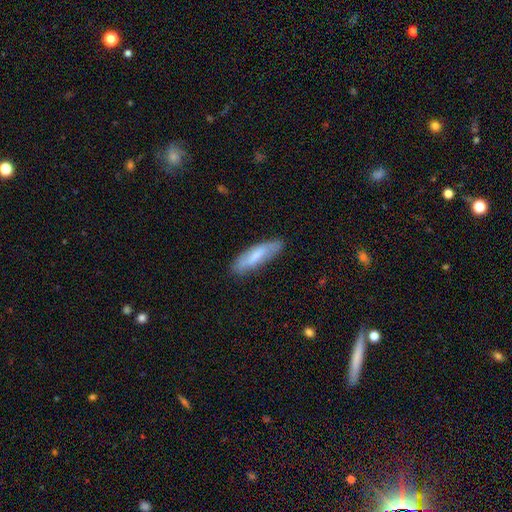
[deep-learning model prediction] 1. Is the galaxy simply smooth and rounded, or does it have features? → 66% smooth, 27% featured or disk, 6% star or artifact.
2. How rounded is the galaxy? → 58% cigar-shaped, 40% in between, 2% round.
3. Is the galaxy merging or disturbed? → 81% none, 15% minor disturbance, 3% major disturbance, 1% merger.